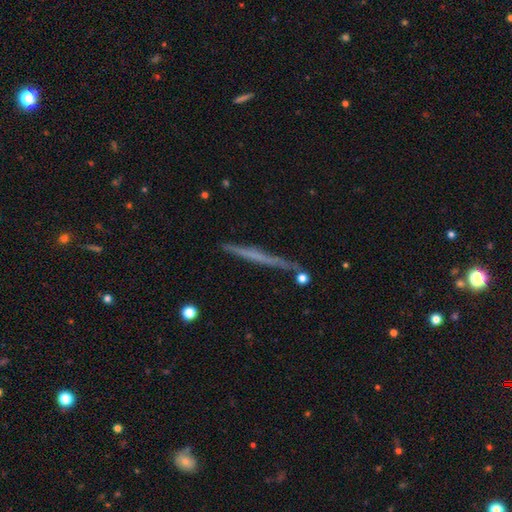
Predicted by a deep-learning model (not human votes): Smooth or featured? Predicted: featured or disk (p=0.54). Edge-on disk? Predicted: yes (p=0.96). Edge-on bulge? Predicted: none (p=0.84). Merging? Predicted: none (p=0.85).